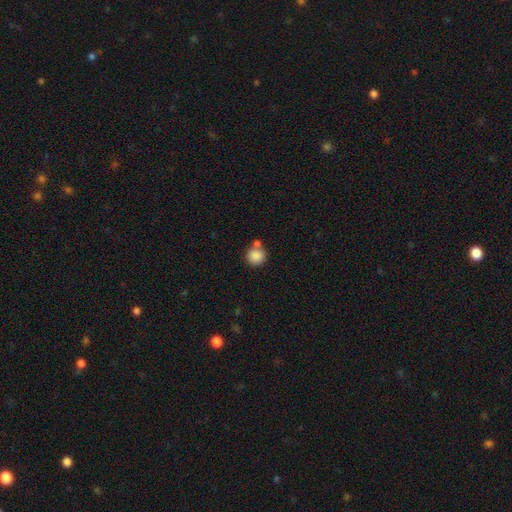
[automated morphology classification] This is clearly a smooth galaxy (86%). How rounded: clearly round (92%). Merging: likely none (63%).